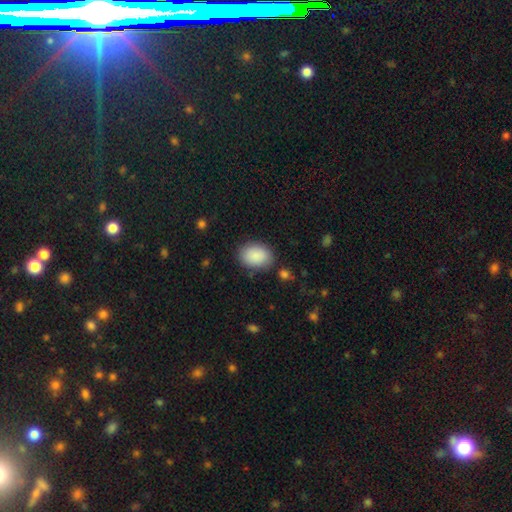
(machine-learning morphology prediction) A smooth galaxy with no disk features (90%) that is in between round and cigar-shaped (77%).

Vote fractions:
- Smooth or featured? smooth: 90% / star or artifact: 6% / featured or disk: 4%
- How rounded? in between: 77% / round: 22% / cigar-shaped: 1%
- Merging? none: 82% / minor disturbance: 12% / major disturbance: 3% / merger: 2%